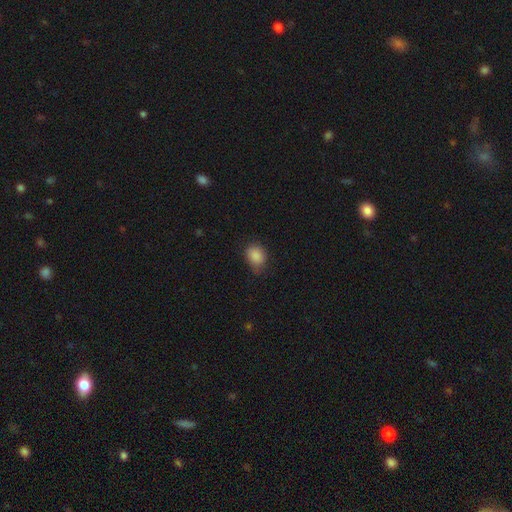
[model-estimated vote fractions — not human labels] Q: Smooth or featured?
A: smooth (87%); runner-up: star or artifact (9%)
Q: How rounded?
A: in between (56%); runner-up: round (43%)
Q: Merging?
A: none (67%); runner-up: minor disturbance (26%)